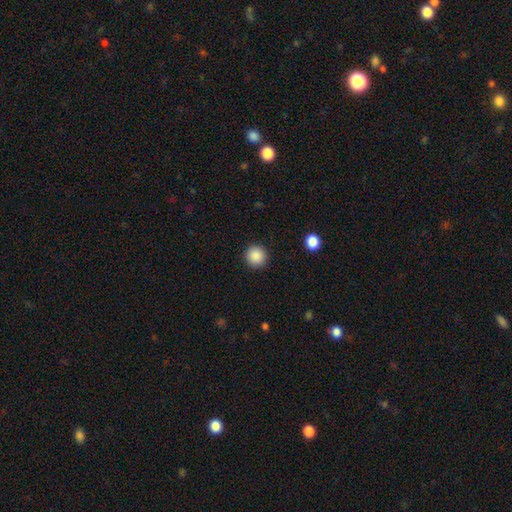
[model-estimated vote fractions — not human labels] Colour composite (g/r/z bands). It shows a smooth galaxy with no disk features (88%) that is round (95%). Merging: none (92%).